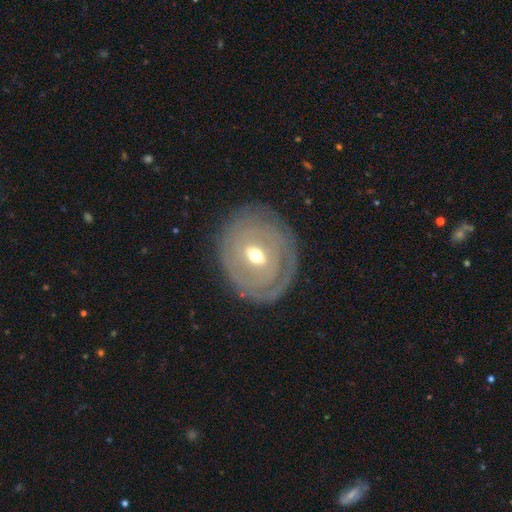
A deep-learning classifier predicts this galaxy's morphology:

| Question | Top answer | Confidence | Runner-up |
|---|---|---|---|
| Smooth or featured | featured or disk | 75% | smooth (19%) |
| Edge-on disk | no | 94% | yes (6%) |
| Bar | weak | 46% | no (30%) |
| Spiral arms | yes | 71% | no (29%) |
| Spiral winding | tight | 77% | medium (15%) |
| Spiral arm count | can't tell | 46% | 2 (24%) |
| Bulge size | moderate | 64% | small (29%) |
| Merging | none | 79% | minor disturbance (14%) |